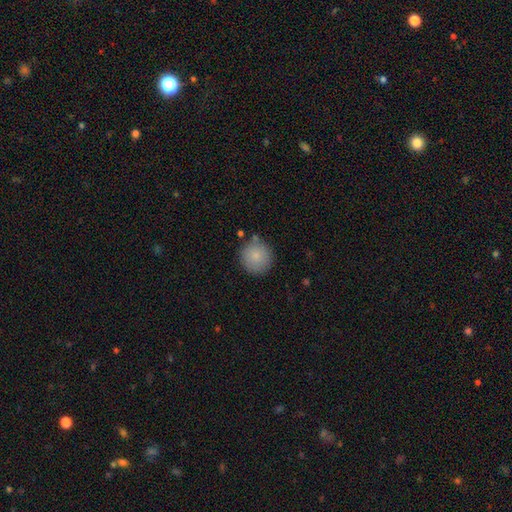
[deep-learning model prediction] This is clearly a smooth galaxy (85%). How rounded: clearly round (93%). Merging: clearly none (80%).